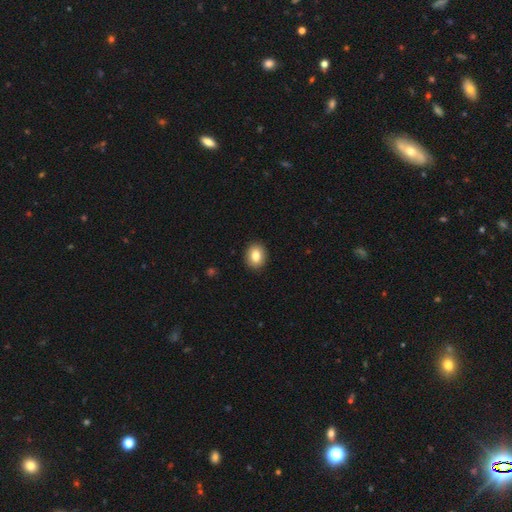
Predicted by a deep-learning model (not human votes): Smooth or featured? Predicted: smooth (p=0.83). How rounded? Predicted: round (p=0.51). Merging? Predicted: none (p=0.91).